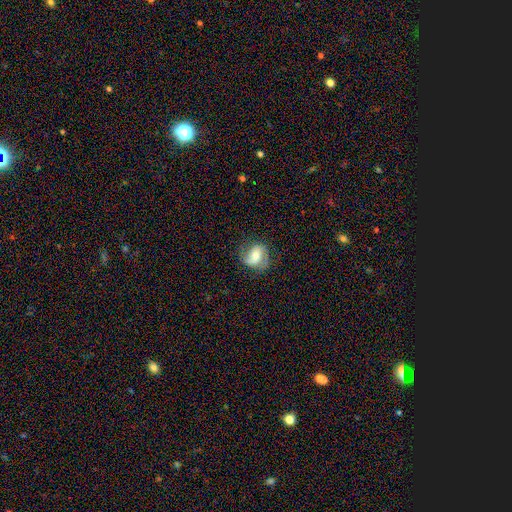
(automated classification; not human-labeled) Smooth or featured?
  - featured or disk: 60% *
  - smooth: 32%
  - star or artifact: 8%
Edge-on disk?
  - no: 96% *
  - yes: 4%
Bar?
  - weak: 39% *
  - no: 38%
  - strong: 23%
Spiral arms?
  - yes: 87% *
  - no: 13%
Spiral winding?
  - medium: 42% *
  - loose: 35%
  - tight: 23%
Spiral arm count?
  - 2: 77% *
  - 1: 11%
  - can't tell: 8%
  - 3: 2%
  - 4: 1%
  - more than 4: 1%
Bulge size?
  - moderate: 58% *
  - small: 31%
  - large: 7%
  - none: 2%
  - dominant: 1%
Merging?
  - none: 68% *
  - minor disturbance: 21%
  - major disturbance: 10%
  - merger: 1%